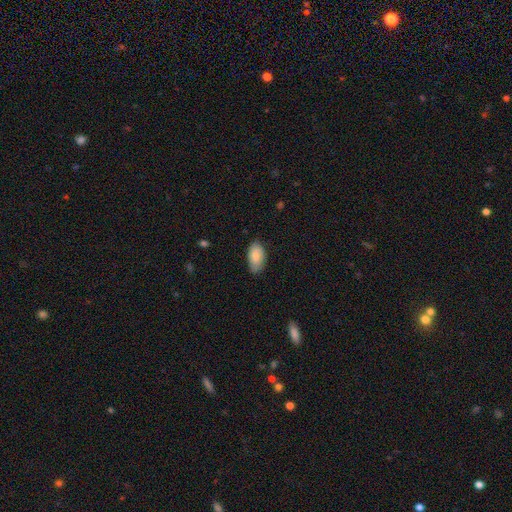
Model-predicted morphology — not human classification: A smooth galaxy with no disk features (83%) that is in between round and cigar-shaped (94%). Merging: none (74%).